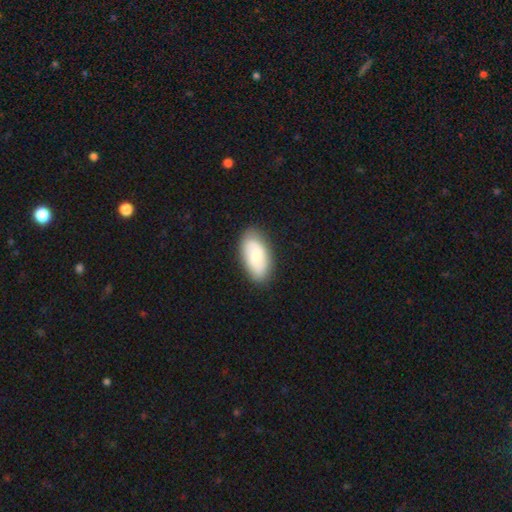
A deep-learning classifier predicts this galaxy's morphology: smooth-or-featured: smooth: 57% | featured or disk: 37% | star or artifact: 6%
  how-rounded: in between: 93% | round: 4% | cigar-shaped: 3%
  merging: none: 83% | minor disturbance: 12% | major disturbance: 3% | merger: 1%